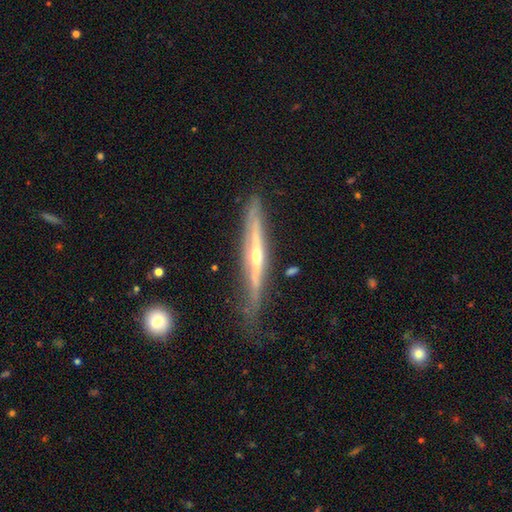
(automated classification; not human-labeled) smooth-or-featured: featured or disk: 81% | smooth: 14% | star or artifact: 5%
  disk-edge-on: yes: 96% | no: 4%
    edge-on-bulge: rounded: 83% | none: 14% | boxy: 3%
  merging: none: 78% | minor disturbance: 17% | major disturbance: 3% | merger: 2%